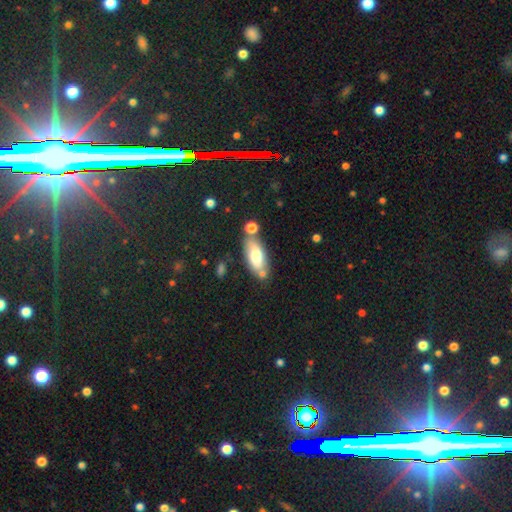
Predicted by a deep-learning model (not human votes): This is likely a smooth galaxy (67%). How rounded: clearly in between (80%). Merging: likely none (66%).